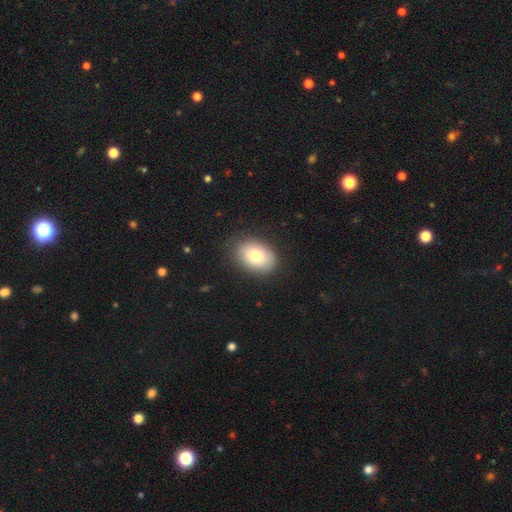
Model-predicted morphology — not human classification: type=smooth (79%); roundness=in between (82%); merging=none (83%).